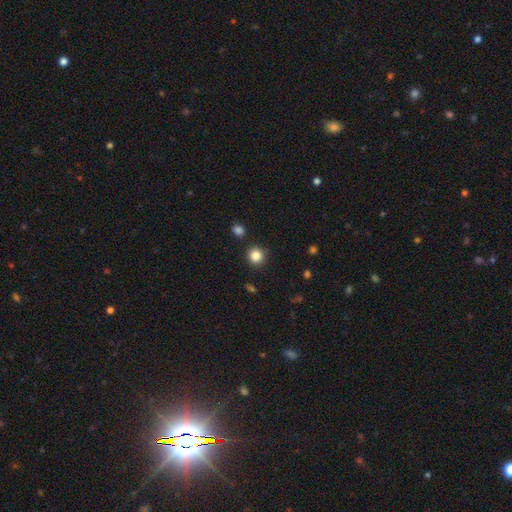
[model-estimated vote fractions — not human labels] A smooth galaxy with no disk features (85%) that is round (92%). Merging: none (88%).